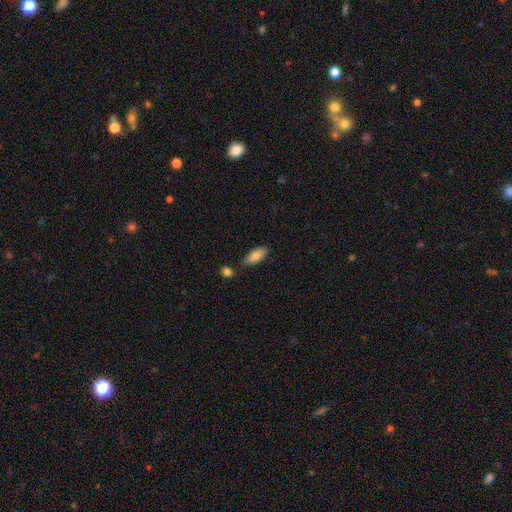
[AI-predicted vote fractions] The model was most divided on "merging": none: 79%, minor disturbance: 13%, merger: 6%, major disturbance: 2%. More confident: how rounded — in between (85%); smooth or featured — smooth (82%).